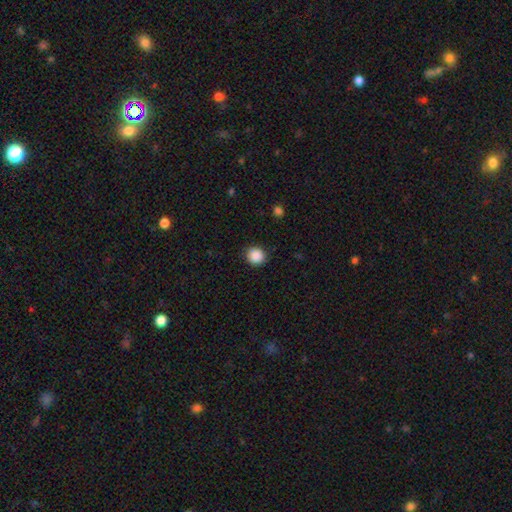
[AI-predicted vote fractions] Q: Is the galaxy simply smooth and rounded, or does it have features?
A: smooth — 88%.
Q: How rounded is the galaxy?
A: round — 92%.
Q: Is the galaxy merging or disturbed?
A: none — 87%.